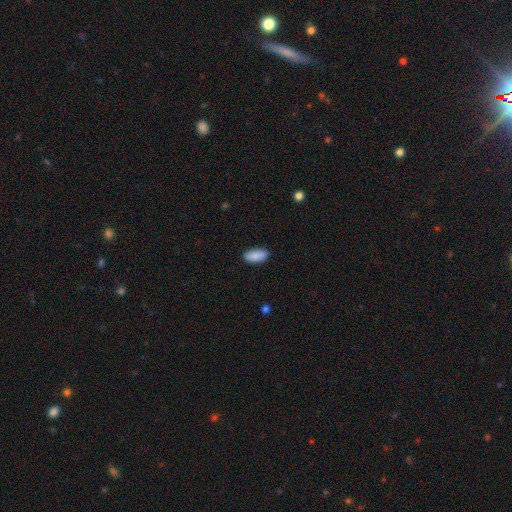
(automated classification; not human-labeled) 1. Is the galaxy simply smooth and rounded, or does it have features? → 90% smooth, 6% star or artifact, 4% featured or disk.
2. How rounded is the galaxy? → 88% in between, 10% cigar-shaped, 2% round.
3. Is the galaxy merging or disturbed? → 88% none, 9% minor disturbance, 2% major disturbance, 1% merger.